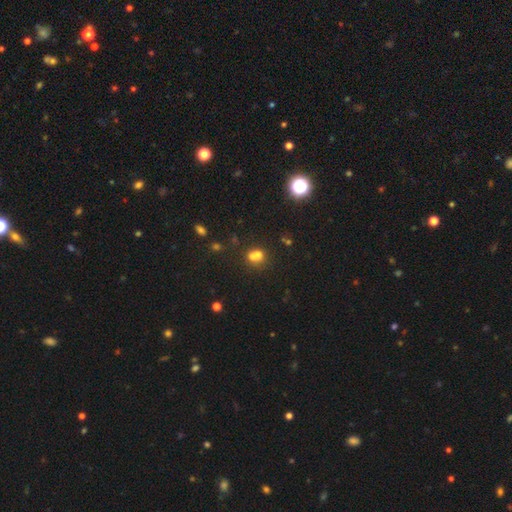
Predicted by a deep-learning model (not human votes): Q: Smooth or featured?
A: smooth (62%); runner-up: star or artifact (21%)
Q: How rounded?
A: round (71%); runner-up: in between (28%)
Q: Merging?
A: merger (57%); runner-up: none (32%)